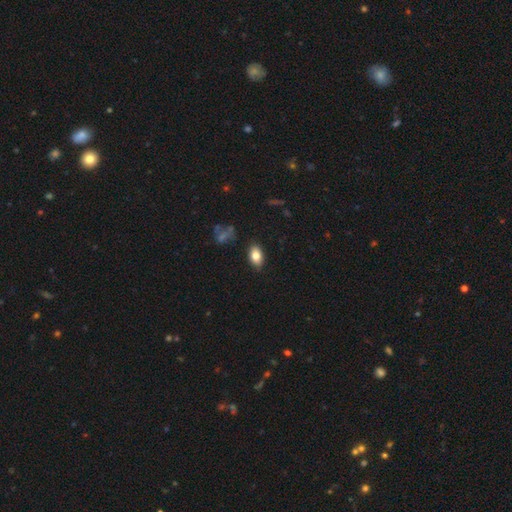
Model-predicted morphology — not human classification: Overall: smooth (80%). How rounded: in between (88%). Merging: none (86%).